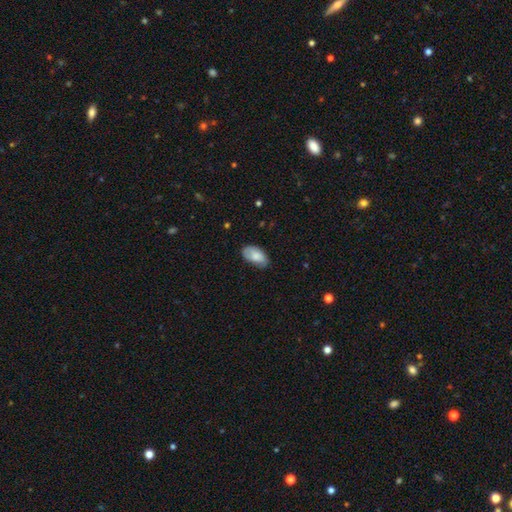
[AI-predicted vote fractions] Smooth or featured: smooth — 74% (featured or disk — 20%)
How rounded: in between — 94% (round — 4%)
Merging: none — 65% (minor disturbance — 28%)